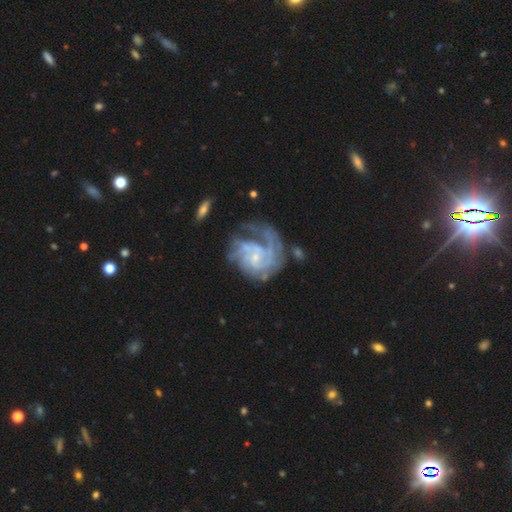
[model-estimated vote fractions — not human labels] This appears to be a featured or disk galaxy (87%) with no bar (62%), tight (49%) spiral arms (95%) and a small central bulge (74%). Merging: none (45%).